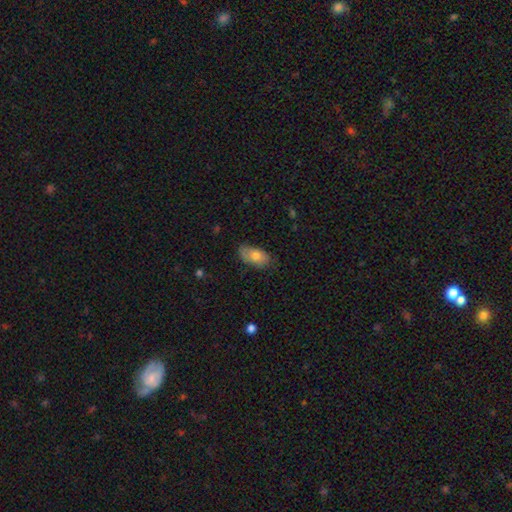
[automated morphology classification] Overall: smooth (75%). How rounded: in between (92%). Merging: none (69%).